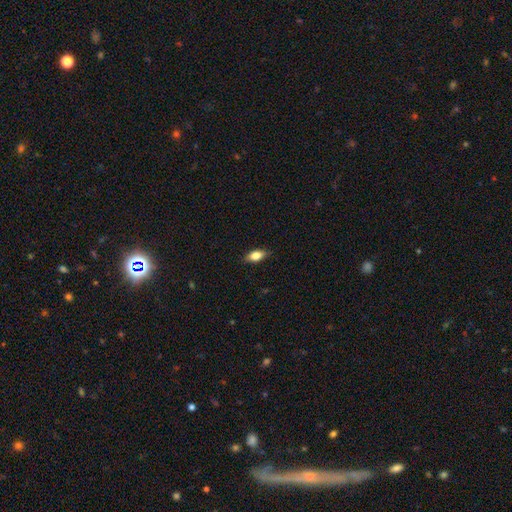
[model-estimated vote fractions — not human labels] The model was most divided on "smooth or featured": smooth: 74%, featured or disk: 18%, star or artifact: 8%. More confident: merging — none (85%); how rounded — in between (83%).